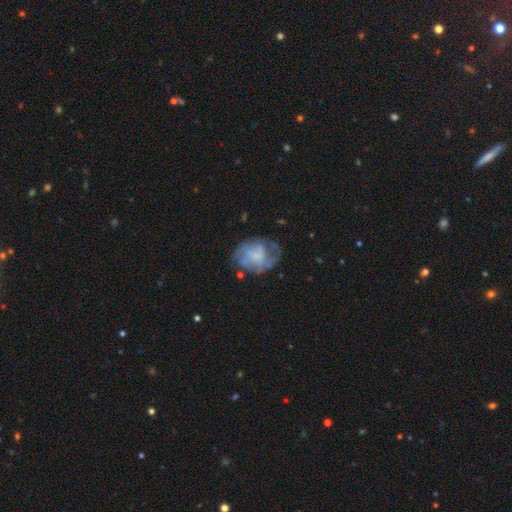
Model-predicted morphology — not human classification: This appears to be a featured or disk galaxy (55%) with no bar (74%), spiral arms (60%) and no central bulge (45%). Merging: none (52%).